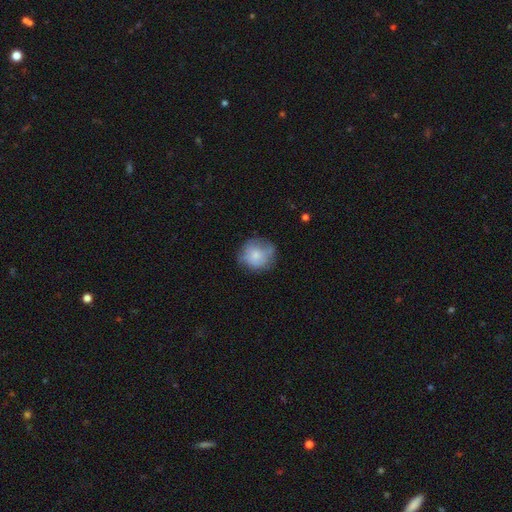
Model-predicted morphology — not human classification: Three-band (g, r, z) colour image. It shows a smooth galaxy with no disk features (71%) that is round (85%). Merging: none (62%).